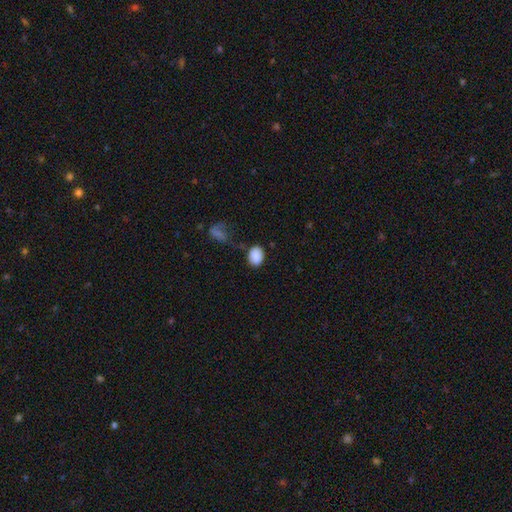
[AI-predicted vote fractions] smooth-or-featured: smooth: 87% | star or artifact: 9% | featured or disk: 4%
  how-rounded: in between: 73% | round: 26% | cigar-shaped: 1%
  merging: none: 73% | minor disturbance: 15% | merger: 6% | major disturbance: 5%